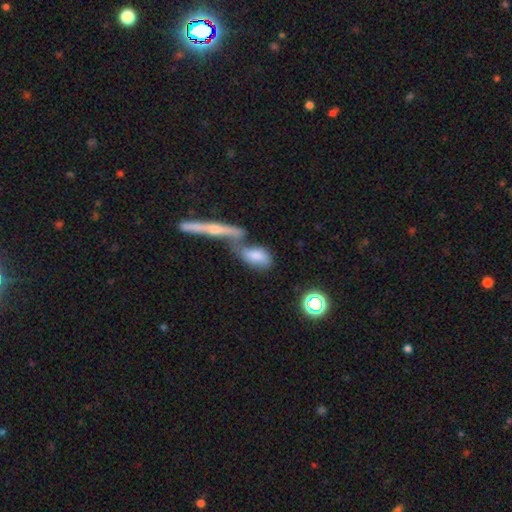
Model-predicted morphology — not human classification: Smooth or featured?
  - smooth: 67% *
  - featured or disk: 24%
  - star or artifact: 9%
How rounded?
  - in between: 80% *
  - cigar-shaped: 14%
  - round: 6%
Merging?
  - merger: 51% *
  - none: 30%
  - minor disturbance: 11%
  - major disturbance: 7%